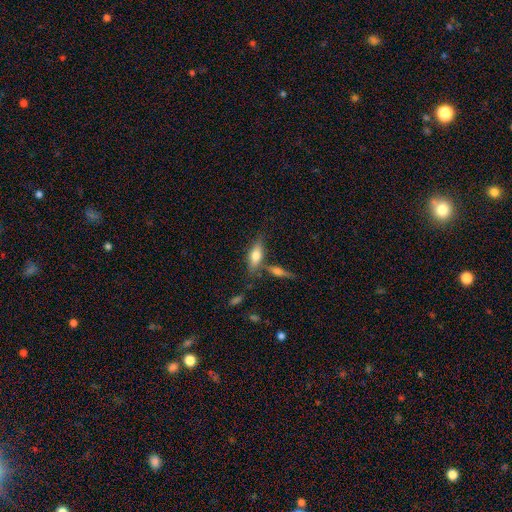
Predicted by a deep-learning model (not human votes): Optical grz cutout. It shows a smooth galaxy with no disk features (64%) that is in between round and cigar-shaped (69%). Merging: none (62%).